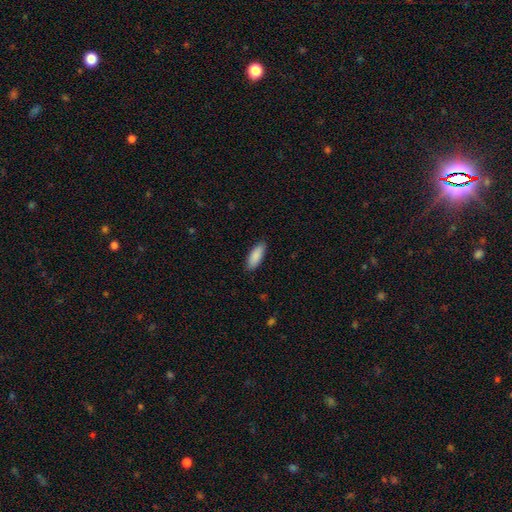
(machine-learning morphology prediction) Smooth or featured: smooth — 89% (star or artifact — 6%)
How rounded: in between — 71% (cigar-shaped — 27%)
Merging: none — 87% (minor disturbance — 10%)